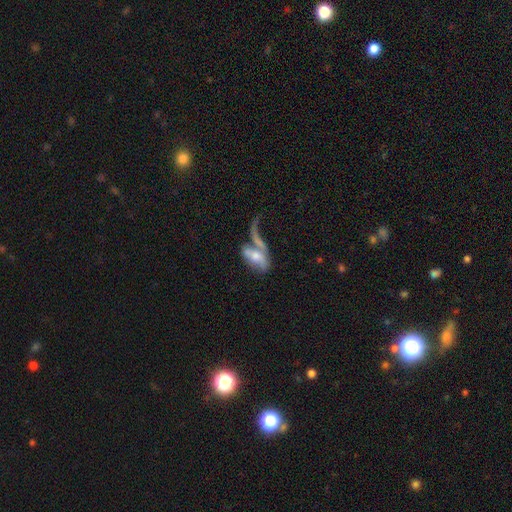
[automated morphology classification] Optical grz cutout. It shows a featured or disk galaxy (50%). Merging: major disturbance (37%).